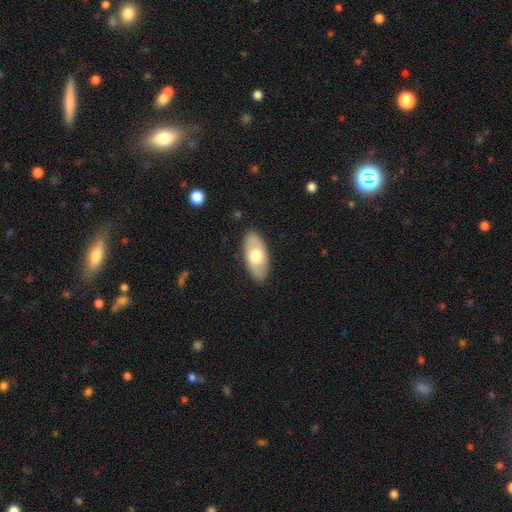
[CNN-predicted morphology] smooth 62%, featured or disk 33%, star or artifact 5%. Down the decision tree: how rounded — in between (92%); merging — none (87%).